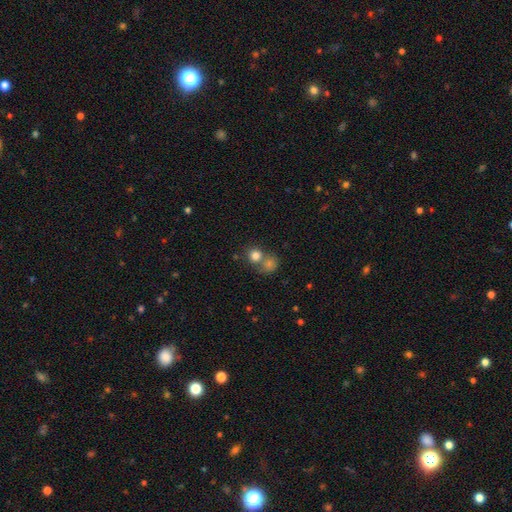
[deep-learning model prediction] Smooth or featured? smooth (79%)
How rounded? round (85%)
Merging? none (48%)